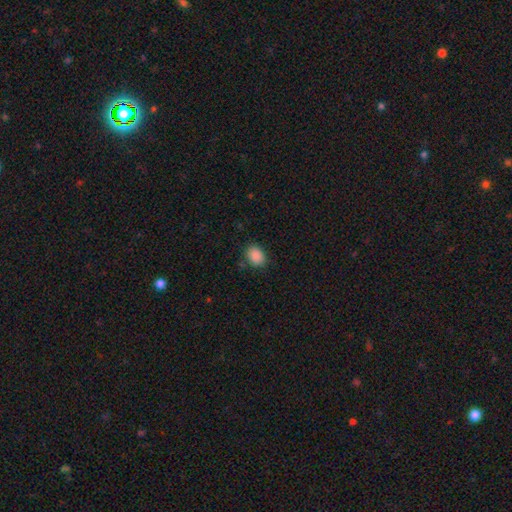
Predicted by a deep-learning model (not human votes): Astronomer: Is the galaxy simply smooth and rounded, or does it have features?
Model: smooth — 88%.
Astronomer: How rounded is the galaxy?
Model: in between — 61% (runner-up: round, 38%).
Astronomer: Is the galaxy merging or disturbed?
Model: none — 83%.